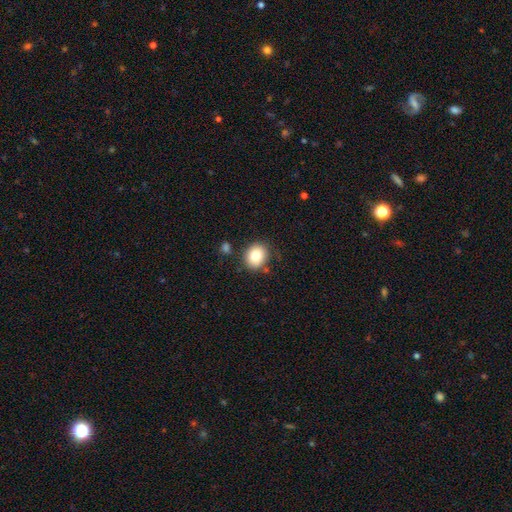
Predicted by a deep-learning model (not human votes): This appears to be a smooth galaxy with no disk features (82%) that is round (67%). Merging: none (81%).